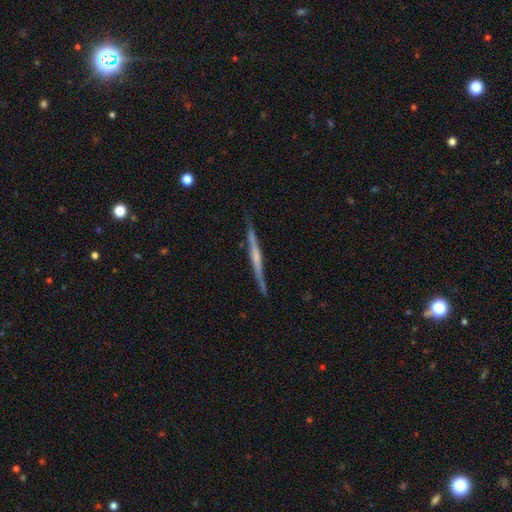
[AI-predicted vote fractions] Smooth or featured?
  - featured or disk: 71% *
  - smooth: 23%
  - star or artifact: 5%
Edge-on disk?
  - yes: 97% *
  - no: 3%
Edge-on bulge?
  - none: 46% *
  - rounded: 35%
  - boxy: 18%
Merging?
  - none: 86% *
  - minor disturbance: 10%
  - major disturbance: 2%
  - merger: 1%